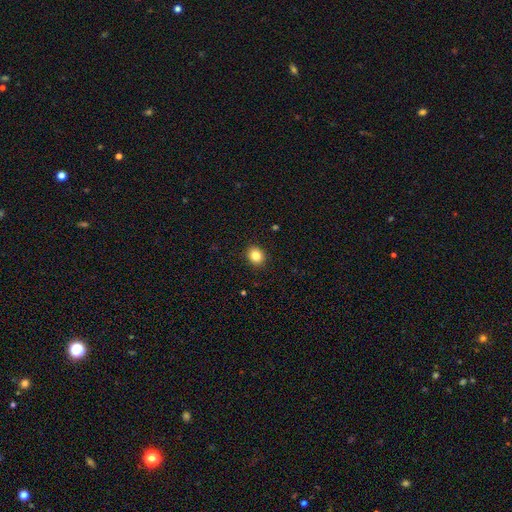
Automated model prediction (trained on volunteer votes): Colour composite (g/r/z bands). It shows a smooth galaxy with no disk features (84%) that is round (74%). Merging: none (92%).